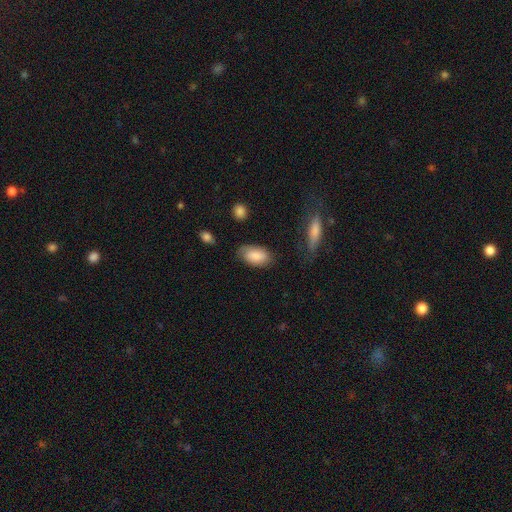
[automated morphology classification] Smooth or featured: smooth — 82% (featured or disk — 11%)
How rounded: in between — 94% (round — 4%)
Merging: none — 71% (minor disturbance — 22%)